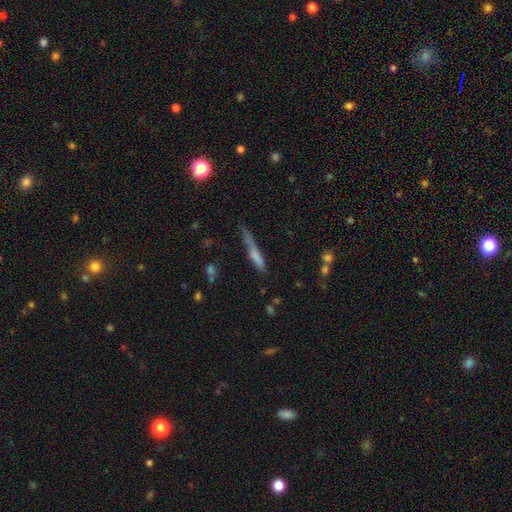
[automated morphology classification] smooth-or-featured: smooth: 64% | featured or disk: 28% | star or artifact: 8%
  how-rounded: cigar-shaped: 89% | in between: 9% | round: 2%
  merging: none: 49% | minor disturbance: 30% | major disturbance: 14% | merger: 7%